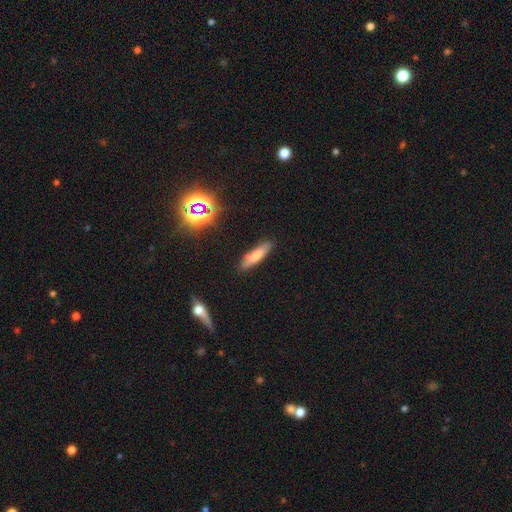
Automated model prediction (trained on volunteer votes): smooth_or_featured: smooth (p=0.74) [alt: featured or disk p=0.15]
how_rounded: cigar-shaped (p=0.71) [alt: in between p=0.27]
merging: none (p=0.84) [alt: minor disturbance p=0.12]